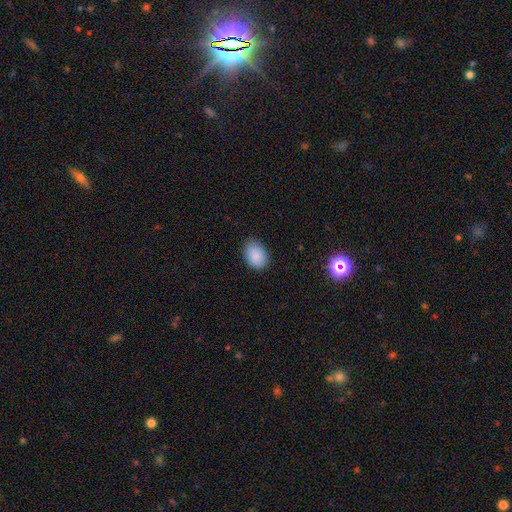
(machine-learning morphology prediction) A smooth galaxy with no disk features (89%) that is in between round and cigar-shaped (78%).

Vote fractions:
- Smooth or featured? smooth: 89% / star or artifact: 7% / featured or disk: 4%
- How rounded? in between: 78% / round: 21% / cigar-shaped: 1%
- Merging? none: 83% / minor disturbance: 13% / major disturbance: 3% / merger: 1%